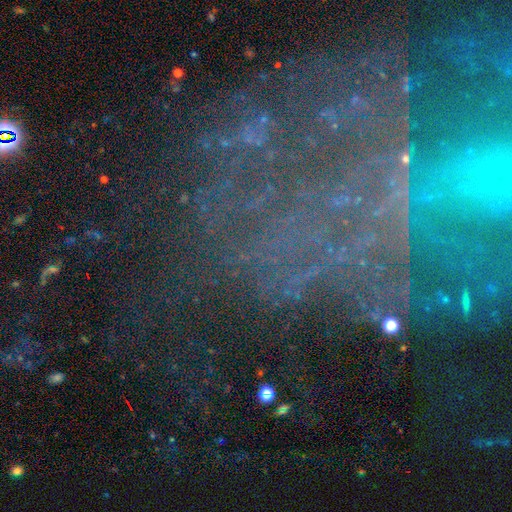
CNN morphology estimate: Smooth or featured?
  - star or artifact: 52% *
  - featured or disk: 35%
  - smooth: 13%